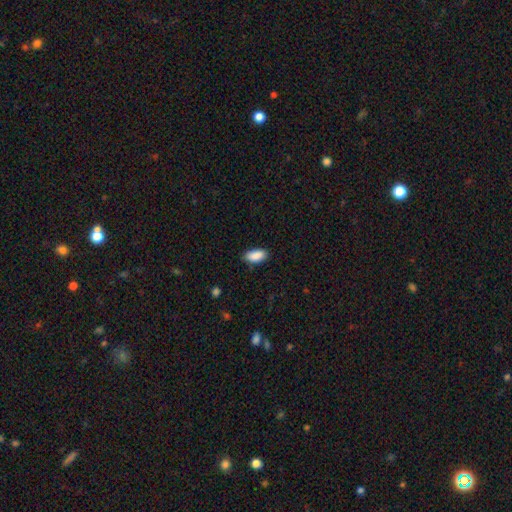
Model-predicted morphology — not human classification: A smooth galaxy with no disk features (90%) that is in between round and cigar-shaped (92%). Merging: none (85%).